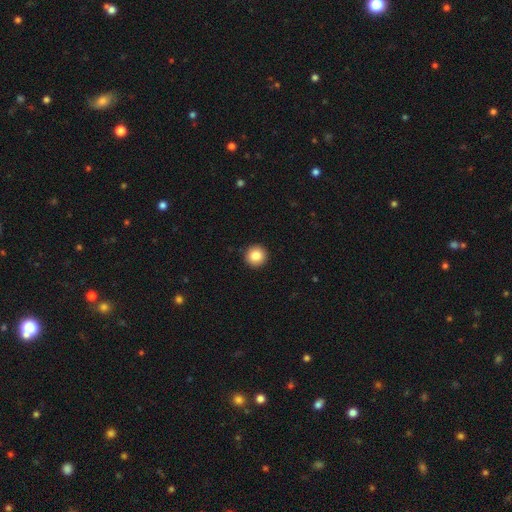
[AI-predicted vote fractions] A smooth galaxy with no disk features (85%) that is round (96%).

Vote fractions:
- Smooth or featured? smooth: 85% / star or artifact: 9% / featured or disk: 6%
- How rounded? round: 96% / in between: 3% / cigar-shaped: 1%
- Merging? none: 93% / minor disturbance: 5% / major disturbance: 2% / merger: 1%